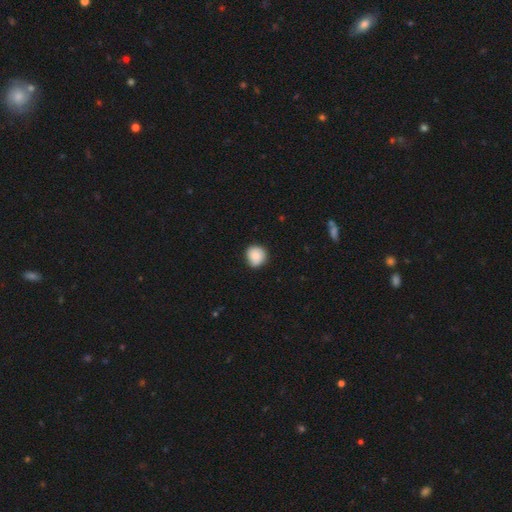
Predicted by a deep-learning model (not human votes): Smooth or featured? smooth (84%)
How rounded? round (90%)
Merging? none (80%)